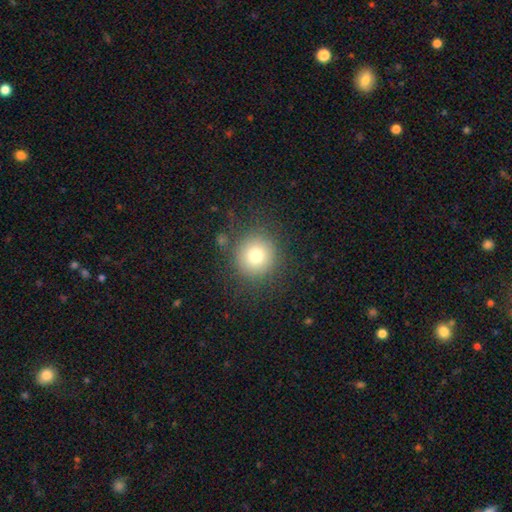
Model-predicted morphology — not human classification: smooth_or_featured: smooth (p=0.77) [alt: star or artifact p=0.12]
how_rounded: round (p=0.93) [alt: in between p=0.06]
merging: none (p=0.85) [alt: minor disturbance p=0.09]